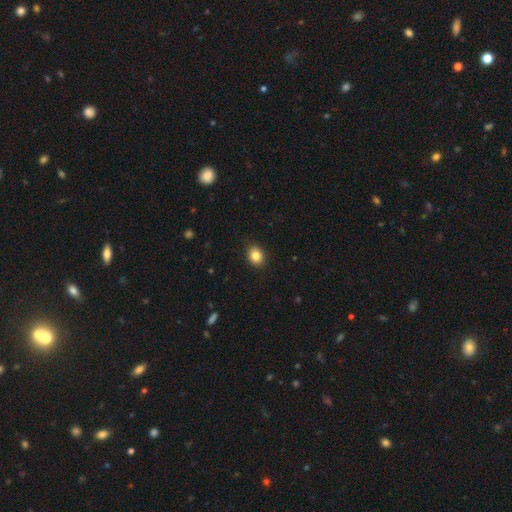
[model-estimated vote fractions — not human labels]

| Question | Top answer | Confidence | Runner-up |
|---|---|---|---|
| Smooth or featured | smooth | 84% | star or artifact (10%) |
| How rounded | round | 53% | in between (46%) |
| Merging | none | 89% | minor disturbance (8%) |